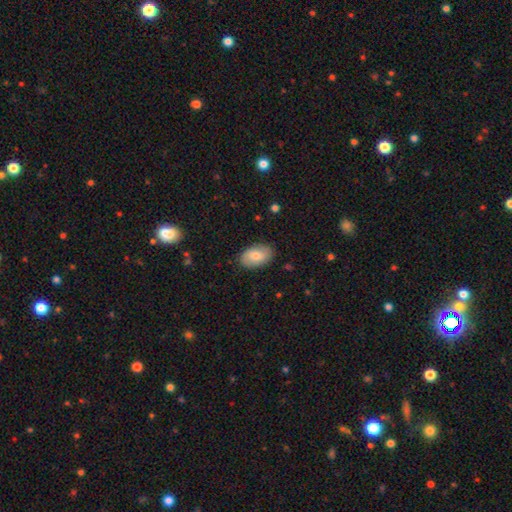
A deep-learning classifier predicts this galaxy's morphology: smooth-or-featured: smooth: 74% | featured or disk: 20% | star or artifact: 6%
  how-rounded: in between: 93% | round: 6% | cigar-shaped: 1%
  merging: none: 86% | minor disturbance: 10% | major disturbance: 2% | merger: 1%